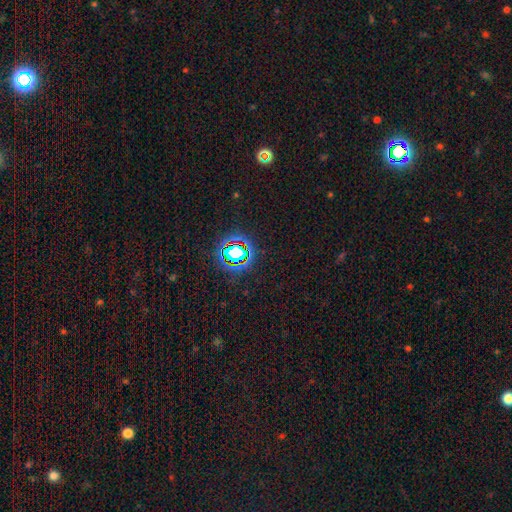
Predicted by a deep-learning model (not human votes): Smooth or featured? star or artifact (74%)